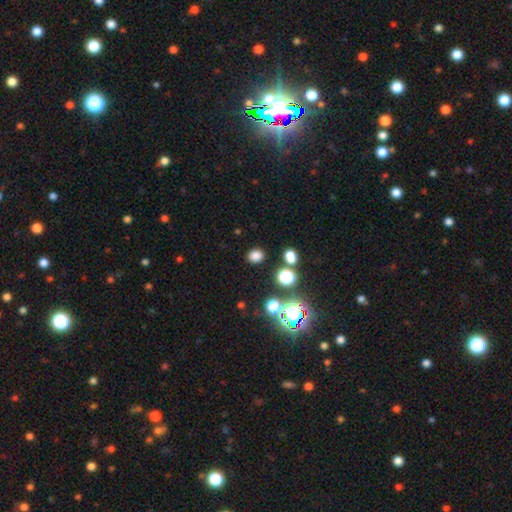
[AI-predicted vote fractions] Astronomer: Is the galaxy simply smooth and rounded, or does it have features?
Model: smooth — 77%.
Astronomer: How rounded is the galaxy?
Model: round — 54% (runner-up: in between, 45%).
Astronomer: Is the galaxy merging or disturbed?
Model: none — 85%.